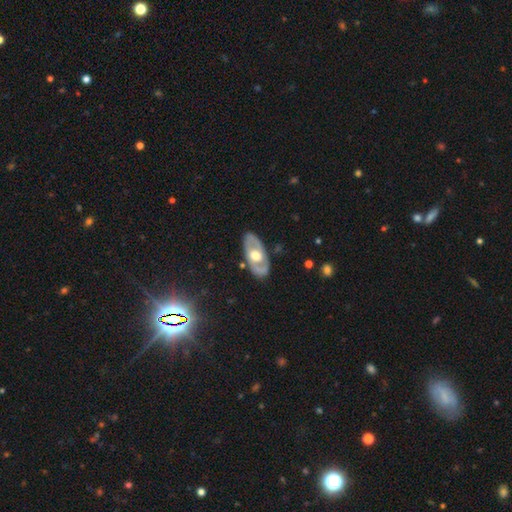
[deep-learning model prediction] A featured or disk galaxy (65%) with no bar (78%), no spiral arms (66%) and a moderate central bulge (64%).

Vote fractions:
- Smooth or featured? featured or disk: 65% / smooth: 31% / star or artifact: 4%
- Edge-on disk? no: 85% / yes: 15%
- Bar? no: 78% / weak: 18% / strong: 5%
- Spiral arms? no: 66% / yes: 34%
- Bulge size? moderate: 64% / large: 30% / small: 5% / dominant: 1% / none: 1%
- Merging? none: 82% / minor disturbance: 13% / major disturbance: 3% / merger: 1%